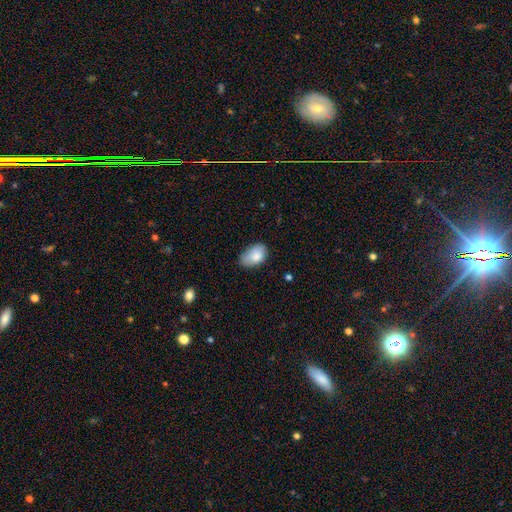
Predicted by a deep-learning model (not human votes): Overall: smooth (84%). How rounded: in between (90%). Merging: none (59%; minor disturbance 32%).